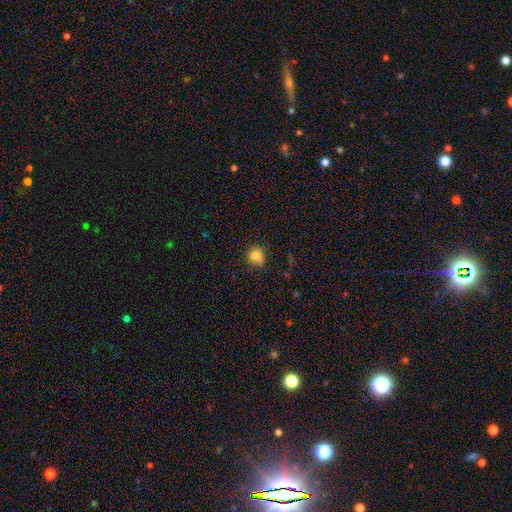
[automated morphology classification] This appears to be a smooth galaxy with no disk features (80%) that is round (72%). Merging: none (59%).